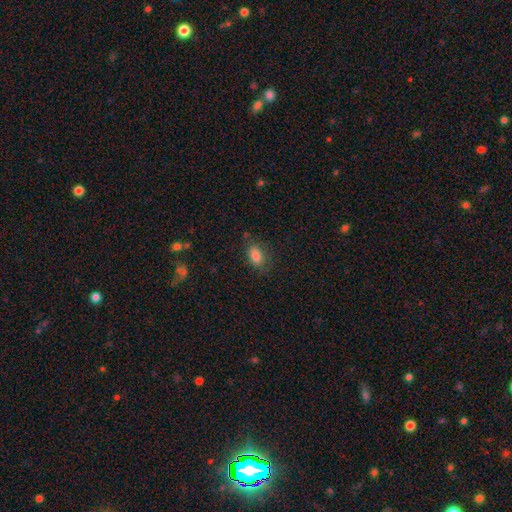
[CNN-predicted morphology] smooth_or_featured: smooth (p=0.84) [alt: star or artifact p=0.09]
how_rounded: in between (p=0.88) [alt: round p=0.10]
merging: none (p=0.74) [alt: minor disturbance p=0.18]